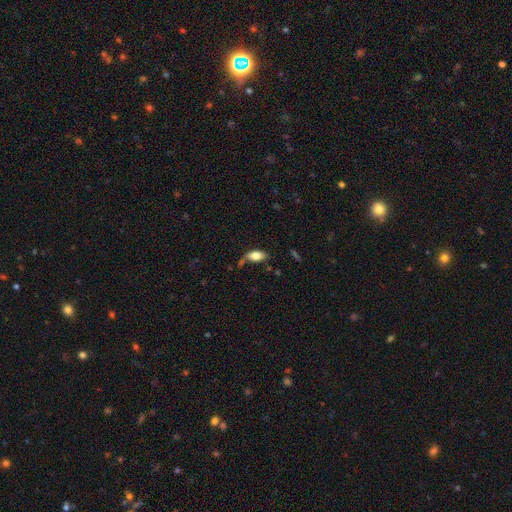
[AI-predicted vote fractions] smooth_or_featured: smooth (p=0.75) [alt: featured or disk p=0.17]
how_rounded: in between (p=0.87) [alt: cigar-shaped p=0.09]
merging: none (p=0.58) [alt: minor disturbance p=0.25]